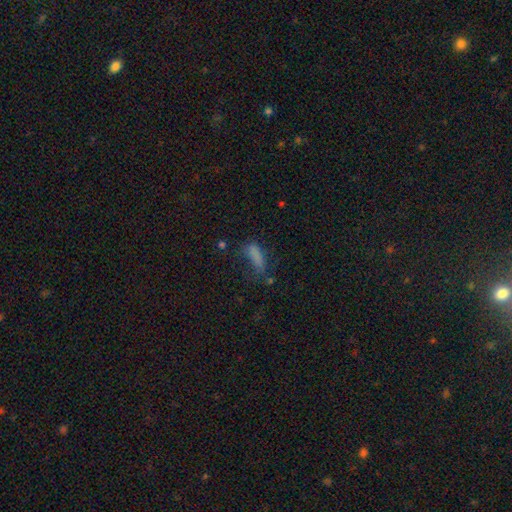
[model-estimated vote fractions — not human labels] A smooth galaxy with no disk features (74%) that is in between round and cigar-shaped (50%). Merging: none (41%).